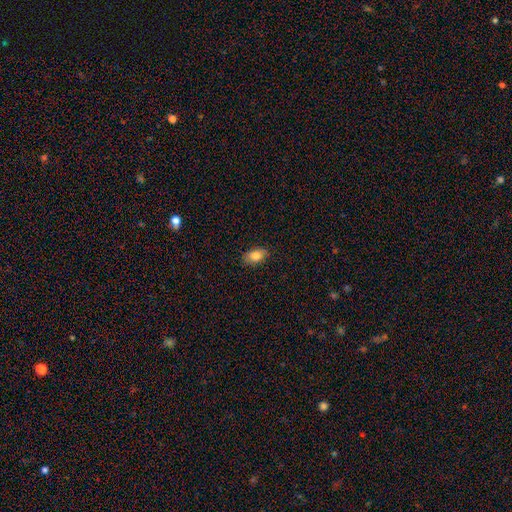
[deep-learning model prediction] Morphology: type=smooth (83%); roundness=in between (89%); merging=none (83%).